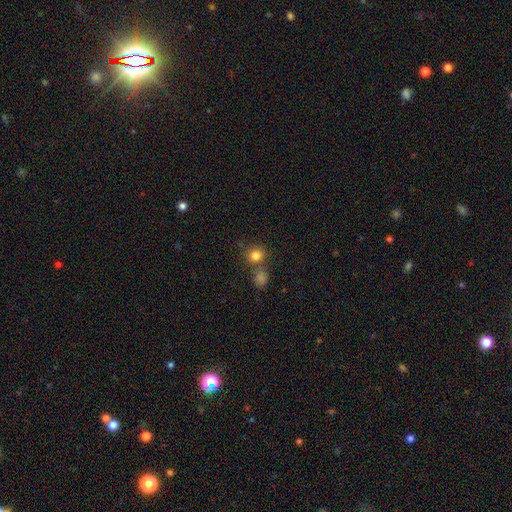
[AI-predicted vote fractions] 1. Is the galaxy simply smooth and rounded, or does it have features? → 81% smooth, 13% star or artifact, 6% featured or disk.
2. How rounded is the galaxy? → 82% round, 17% in between, 1% cigar-shaped.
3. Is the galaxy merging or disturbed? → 62% none, 25% merger, 9% minor disturbance, 4% major disturbance.